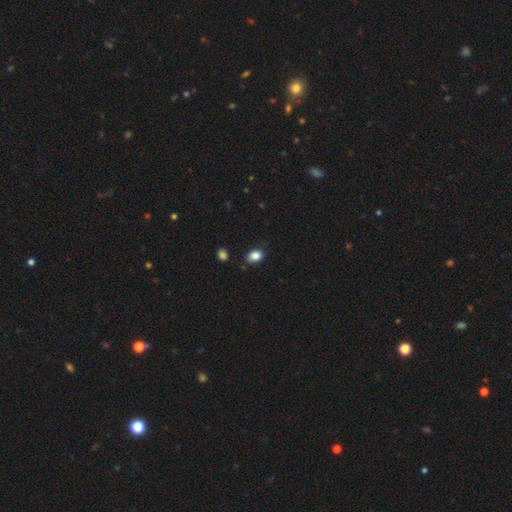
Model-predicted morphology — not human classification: Q: Smooth or featured?
A: smooth (86%); runner-up: star or artifact (9%)
Q: How rounded?
A: in between (72%); runner-up: round (27%)
Q: Merging?
A: none (82%); runner-up: minor disturbance (13%)